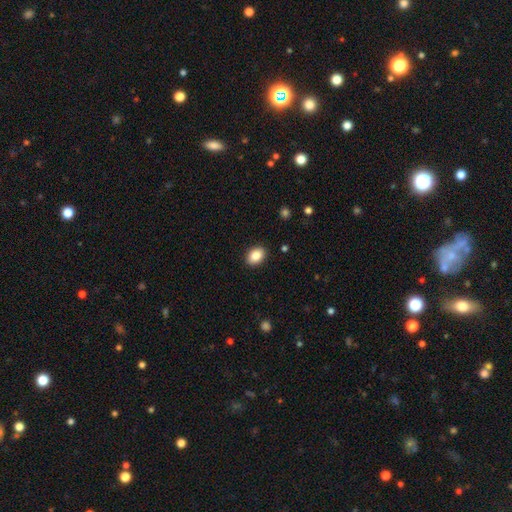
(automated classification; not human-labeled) smooth_or_featured: smooth (p=0.87) [alt: star or artifact p=0.08]
how_rounded: in between (p=0.75) [alt: round p=0.24]
merging: none (p=0.90) [alt: minor disturbance p=0.07]